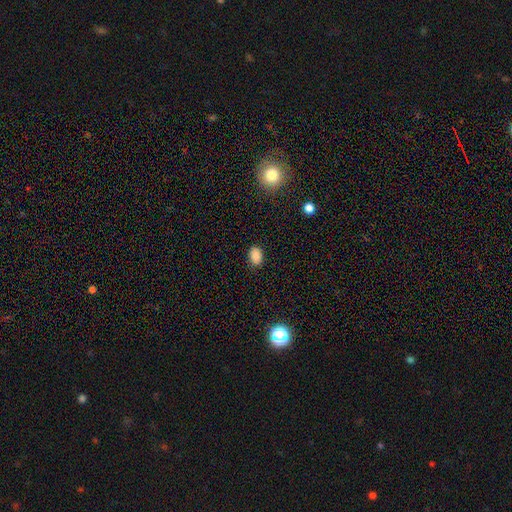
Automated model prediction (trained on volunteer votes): Overall: smooth (85%). How rounded: in between (80%). Merging: none (85%).